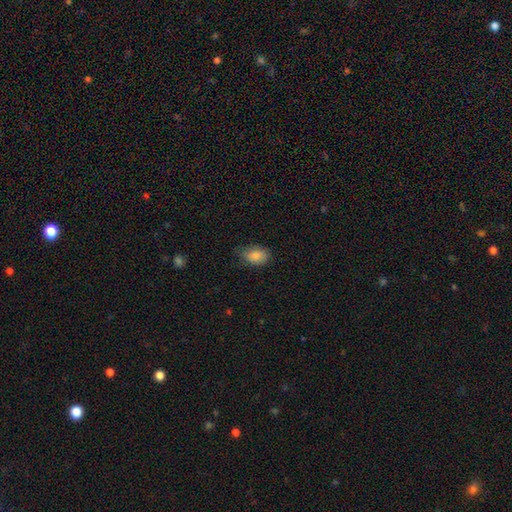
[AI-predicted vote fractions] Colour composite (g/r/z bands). It shows a smooth galaxy with no disk features (86%) that is in between round and cigar-shaped (85%). Merging: none (65%).